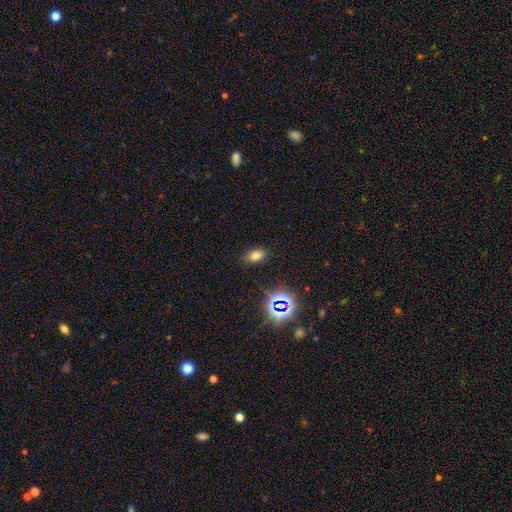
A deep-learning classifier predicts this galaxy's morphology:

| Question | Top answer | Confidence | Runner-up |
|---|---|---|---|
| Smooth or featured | smooth | 71% | star or artifact (20%) |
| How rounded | in between | 86% | round (11%) |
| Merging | none | 84% | minor disturbance (11%) |